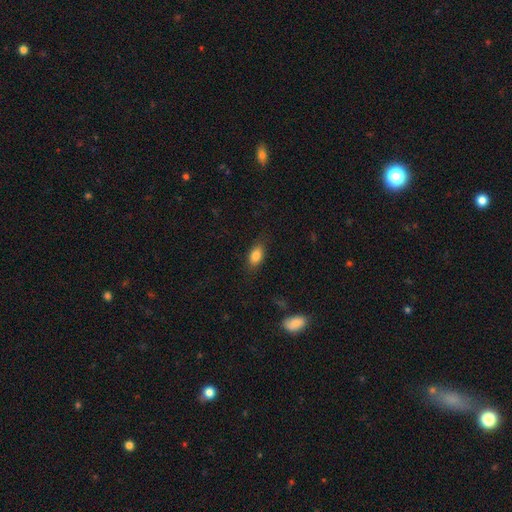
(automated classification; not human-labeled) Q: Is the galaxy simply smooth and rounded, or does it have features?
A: smooth — 82%.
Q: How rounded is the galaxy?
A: in between — 86%.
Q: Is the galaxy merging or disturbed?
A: none — 80%.